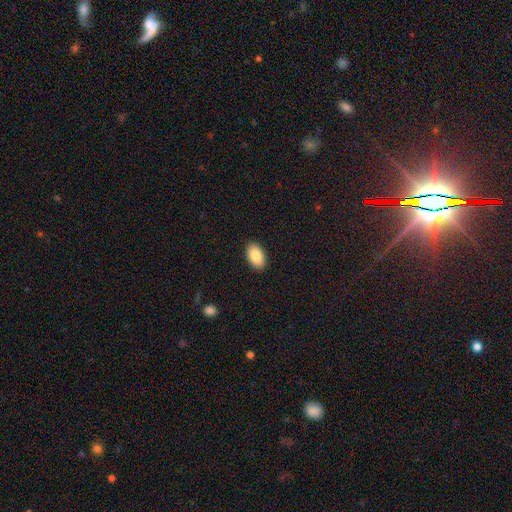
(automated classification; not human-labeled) This appears to be a smooth galaxy with no disk features (85%) that is in between round and cigar-shaped (94%). Merging: none (90%).